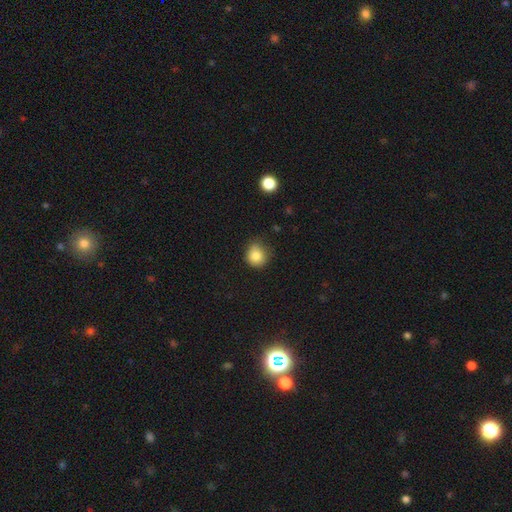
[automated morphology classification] Smooth or featured: smooth — 84% (star or artifact — 10%)
How rounded: round — 83% (in between — 16%)
Merging: none — 68% (minor disturbance — 26%)